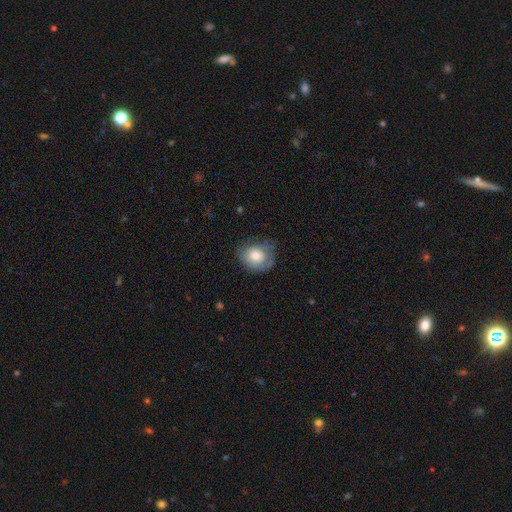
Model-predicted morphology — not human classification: Smooth or featured? smooth (69%)
How rounded? round (57%)
Merging? none (56%)